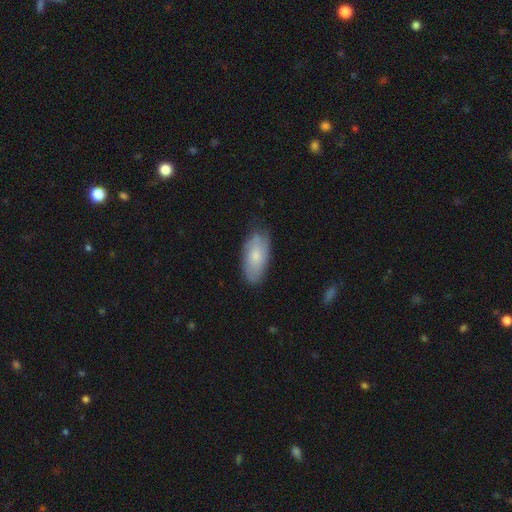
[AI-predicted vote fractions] Smooth or featured?
  - smooth: 64% *
  - featured or disk: 29%
  - star or artifact: 6%
How rounded?
  - in between: 90% *
  - cigar-shaped: 7%
  - round: 3%
Merging?
  - none: 72% *
  - minor disturbance: 23%
  - major disturbance: 4%
  - merger: 1%